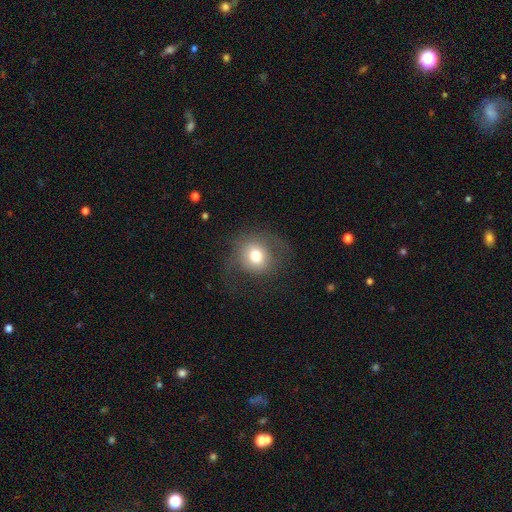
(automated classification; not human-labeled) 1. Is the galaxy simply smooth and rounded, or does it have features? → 71% smooth, 18% featured or disk, 11% star or artifact.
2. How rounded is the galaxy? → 80% round, 19% in between, 1% cigar-shaped.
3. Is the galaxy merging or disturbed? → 59% none, 20% major disturbance, 19% minor disturbance, 1% merger.